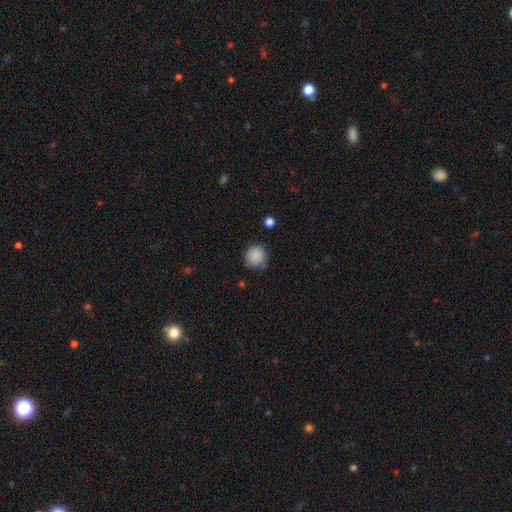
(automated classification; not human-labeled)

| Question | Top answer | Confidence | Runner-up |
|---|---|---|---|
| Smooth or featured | smooth | 88% | star or artifact (9%) |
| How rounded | round | 89% | in between (10%) |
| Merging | none | 76% | minor disturbance (16%) |